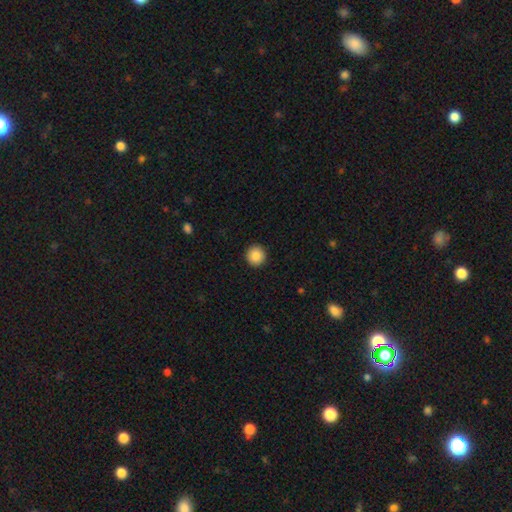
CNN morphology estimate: A smooth galaxy with no disk features (87%) that is round (95%). Merging: none (93%).